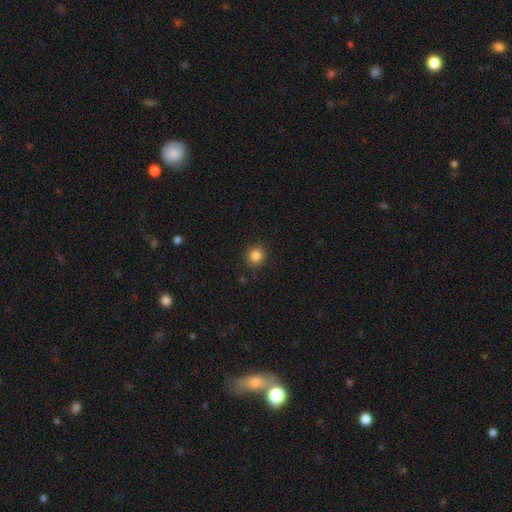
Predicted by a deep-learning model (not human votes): Smooth or featured? smooth (85%)
How rounded? round (92%)
Merging? none (90%)